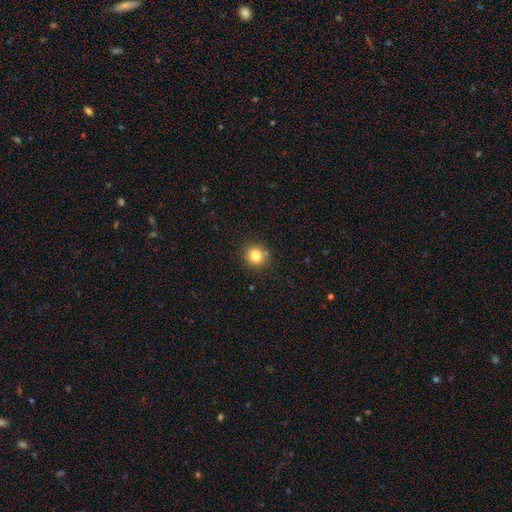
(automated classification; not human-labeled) smooth_or_featured: smooth (p=0.81) [alt: star or artifact p=0.12]
how_rounded: round (p=0.93) [alt: in between p=0.06]
merging: none (p=0.87) [alt: minor disturbance p=0.08]